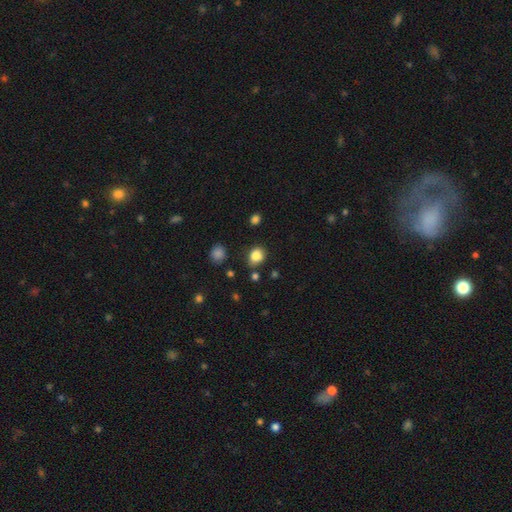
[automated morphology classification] This appears to be a smooth galaxy with no disk features (84%) that is round (59%). Merging: none (74%).